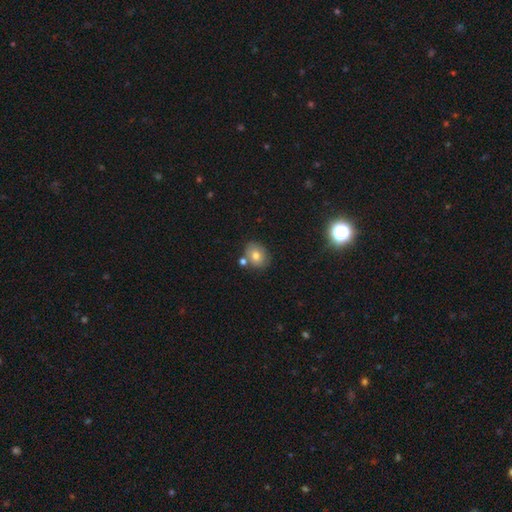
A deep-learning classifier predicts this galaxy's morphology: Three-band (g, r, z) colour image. It shows a smooth galaxy with no disk features (75%) that is round (52%). Merging: none (71%).